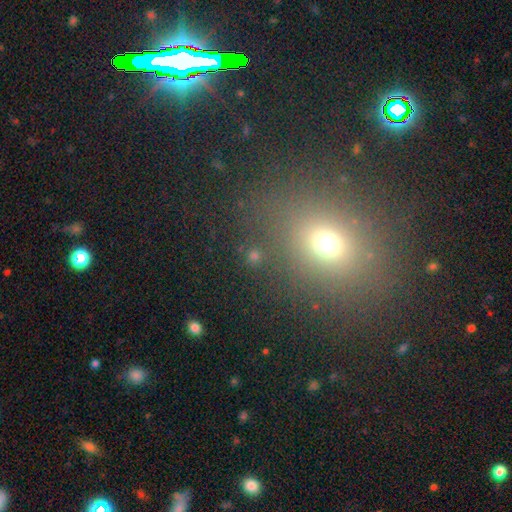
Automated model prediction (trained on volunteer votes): Smooth or featured?
  - smooth: 59% *
  - star or artifact: 32%
  - featured or disk: 9%
How rounded?
  - round: 83% *
  - in between: 15%
  - cigar-shaped: 2%
Merging?
  - none: 81% *
  - minor disturbance: 7%
  - merger: 7%
  - major disturbance: 5%